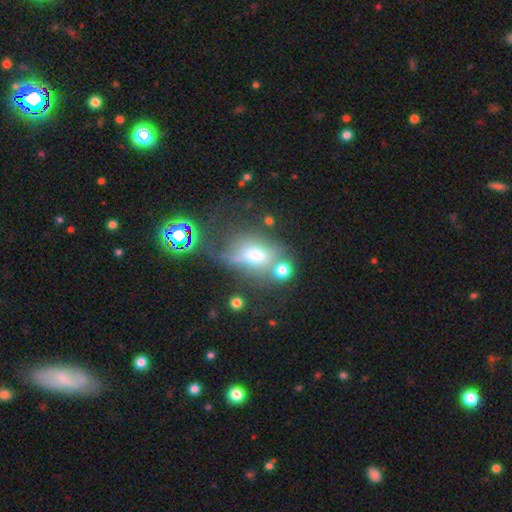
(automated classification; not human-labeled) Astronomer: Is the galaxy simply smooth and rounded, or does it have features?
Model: smooth — 52% (runner-up: featured or disk, 28%).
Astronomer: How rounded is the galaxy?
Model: in between — 67%.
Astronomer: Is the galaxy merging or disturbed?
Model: none — 37% (runner-up: merger, 26%).